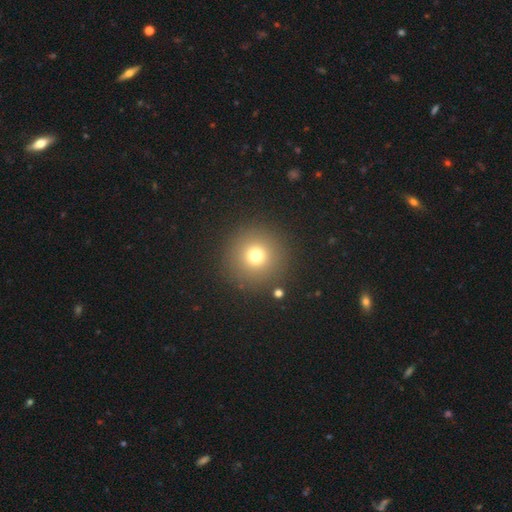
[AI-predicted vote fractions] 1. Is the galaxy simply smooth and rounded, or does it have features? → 73% smooth, 17% star or artifact, 11% featured or disk.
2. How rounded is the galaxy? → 96% round, 3% in between, 1% cigar-shaped.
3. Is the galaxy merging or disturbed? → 89% none, 5% minor disturbance, 3% major disturbance, 2% merger.